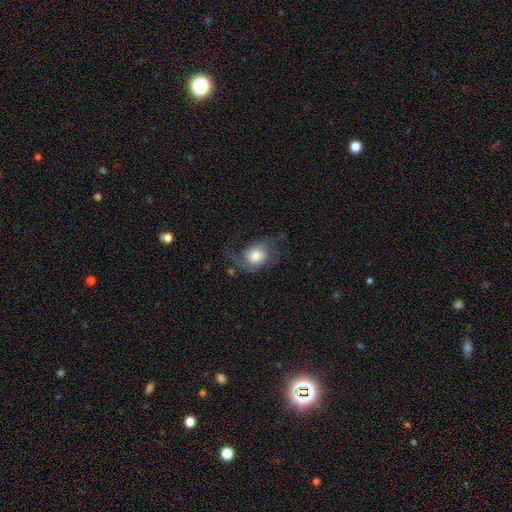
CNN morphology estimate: This appears to be a featured or disk galaxy (49%). Merging: none (47%).